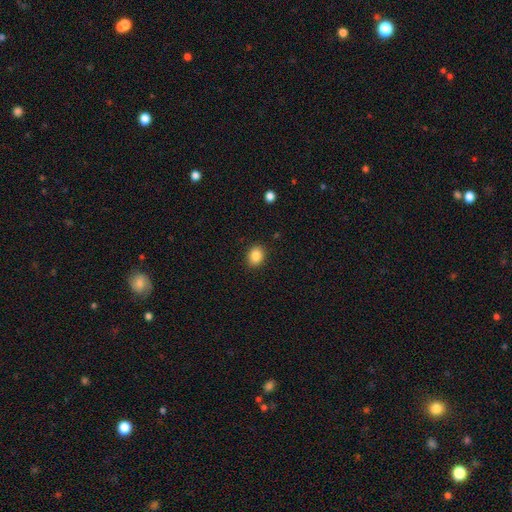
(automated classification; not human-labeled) Smooth or featured: smooth — 86% (star or artifact — 9%)
How rounded: round — 52% (in between — 47%)
Merging: none — 90% (minor disturbance — 7%)